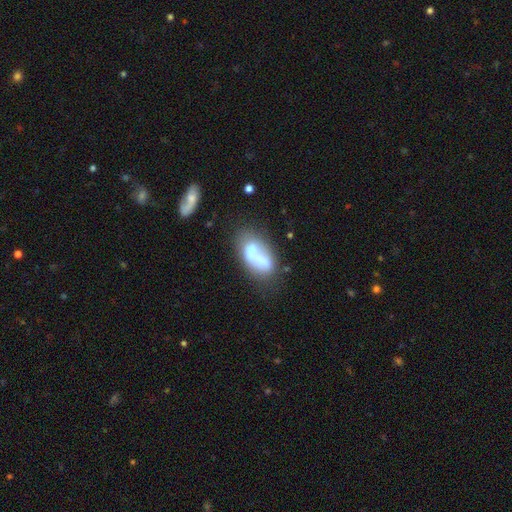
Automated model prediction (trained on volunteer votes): Smooth or featured?
  - smooth: 57% *
  - featured or disk: 35%
  - star or artifact: 9%
How rounded?
  - in between: 90% *
  - round: 6%
  - cigar-shaped: 4%
Merging?
  - none: 34% *
  - merger: 31%
  - minor disturbance: 21%
  - major disturbance: 15%